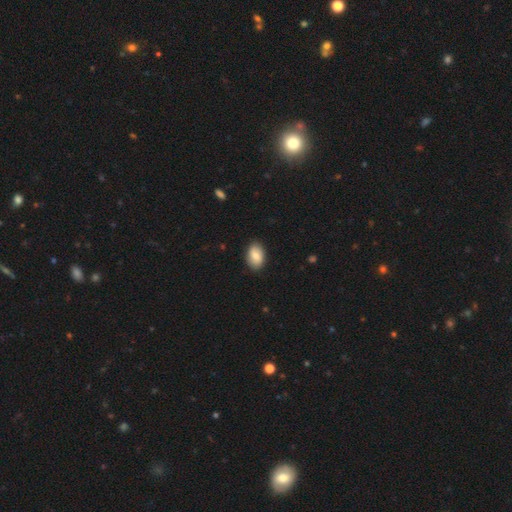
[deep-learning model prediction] Morphology: type=smooth (79%); roundness=in between (91%); merging=none (86%).